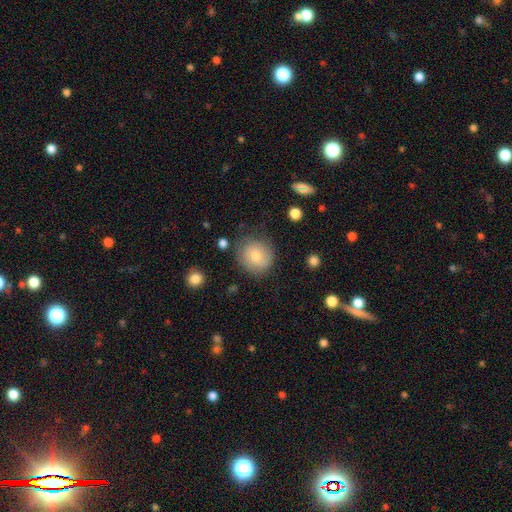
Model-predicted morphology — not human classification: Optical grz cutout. It shows a smooth galaxy with no disk features (68%) that is round (87%). Merging: none (78%).